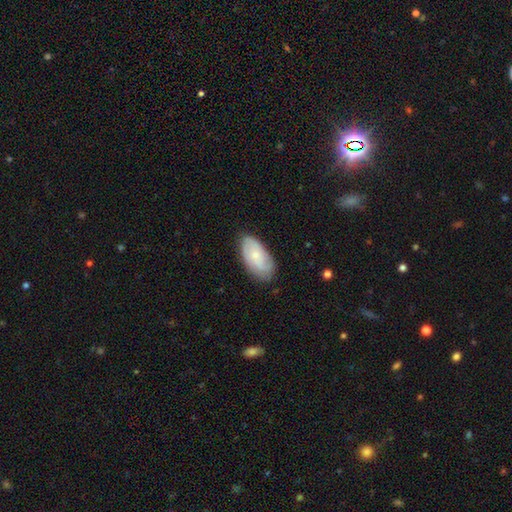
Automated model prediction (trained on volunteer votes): A smooth galaxy with no disk features (55%) that is in between round and cigar-shaped (93%). Merging: none (77%).